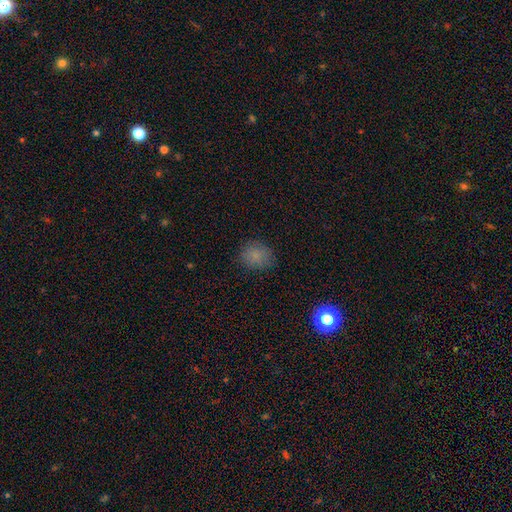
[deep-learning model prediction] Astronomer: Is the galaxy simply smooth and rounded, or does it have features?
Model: smooth — 81%.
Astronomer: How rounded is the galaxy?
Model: round — 73%.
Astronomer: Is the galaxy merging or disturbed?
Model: none — 82%.